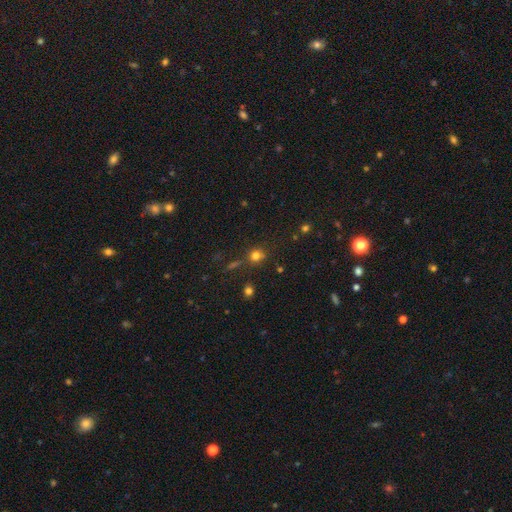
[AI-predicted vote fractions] The model was most divided on "smooth or featured": smooth: 74%, star or artifact: 19%, featured or disk: 7%. More confident: how rounded — round (85%); merging — none (74%).